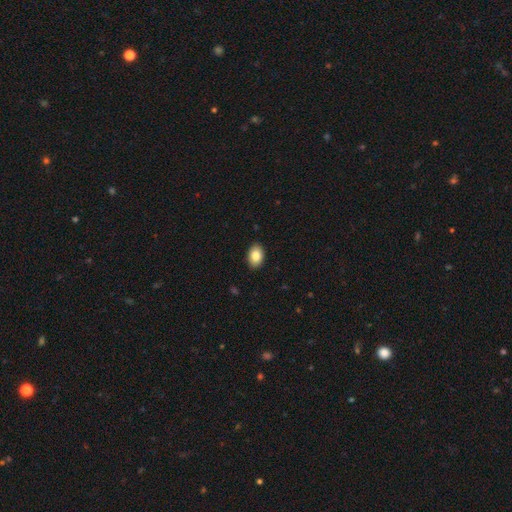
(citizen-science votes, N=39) Morphology: type=smooth (85%); roundness=in between (88%); merging=none (86%).